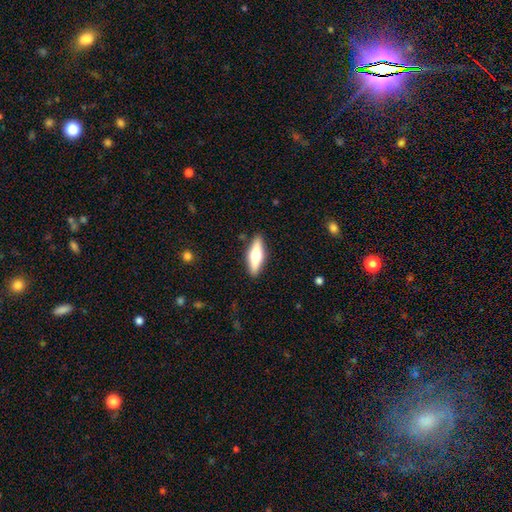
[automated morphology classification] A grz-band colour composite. It shows a smooth galaxy with no disk features (50%) that is cigar-shaped (51%). Merging: none (89%).